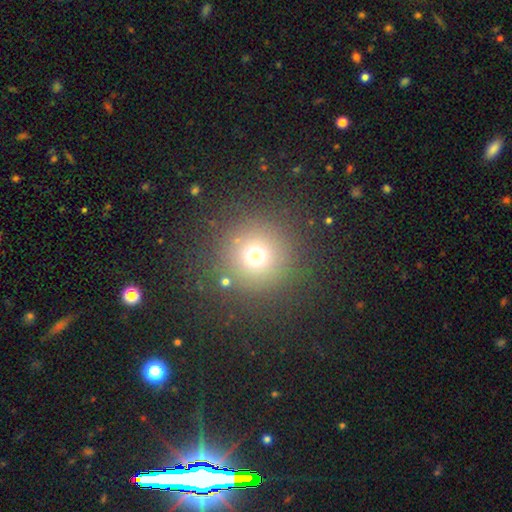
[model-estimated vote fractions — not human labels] Smooth or featured? Predicted: smooth (p=0.70). How rounded? Predicted: round (p=0.96). Merging? Predicted: none (p=0.85).